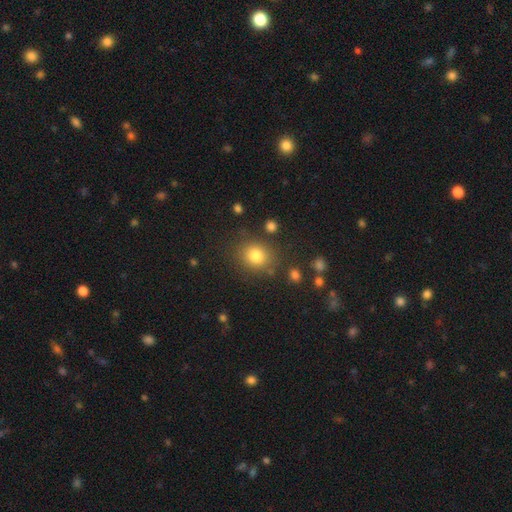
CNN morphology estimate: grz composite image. It shows a smooth galaxy with no disk features (81%) that is round (73%). Merging: none (81%).